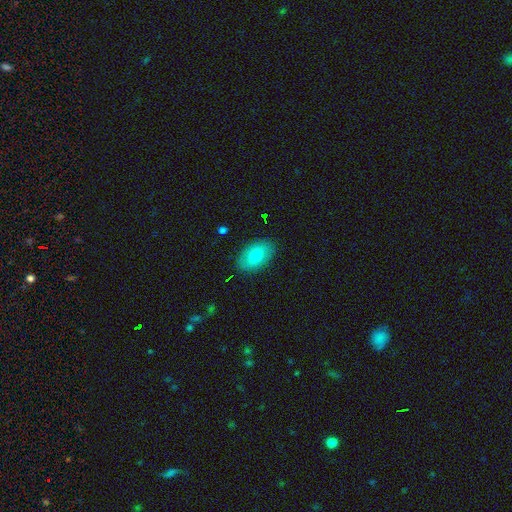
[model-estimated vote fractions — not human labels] Smooth or featured? Predicted: smooth (p=0.74). How rounded? Predicted: in between (p=0.91). Merging? Predicted: none (p=0.86).